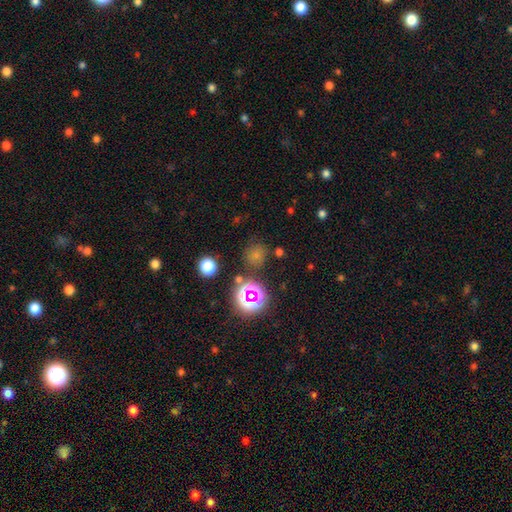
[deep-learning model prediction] Smooth or featured? smooth (64%)
How rounded? round (86%)
Merging? none (76%)